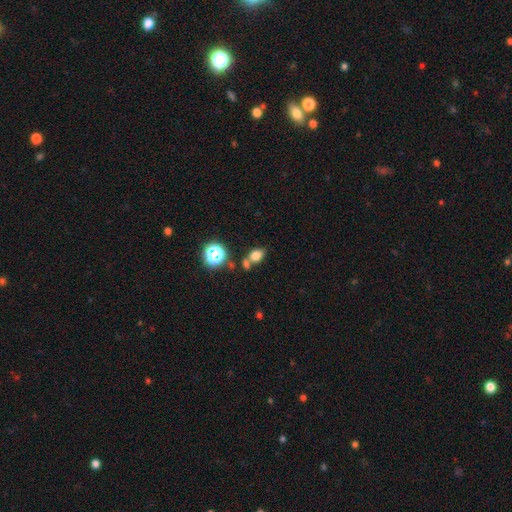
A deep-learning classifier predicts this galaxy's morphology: This appears to be a smooth galaxy with no disk features (73%) that is in between round and cigar-shaped (67%). Merging: none (54%).